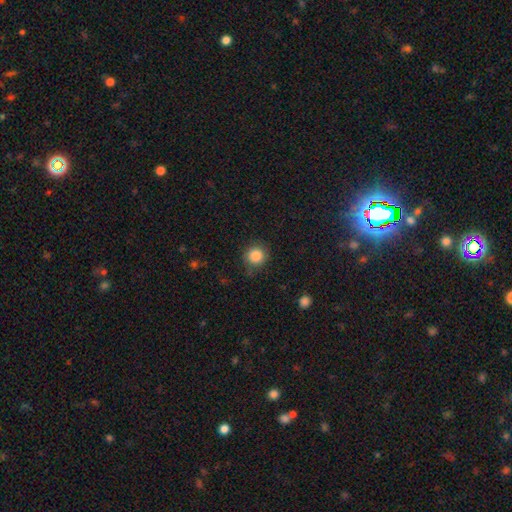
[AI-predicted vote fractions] A smooth galaxy with no disk features (86%) that is round (92%).

Vote fractions:
- Smooth or featured? smooth: 86% / star or artifact: 10% / featured or disk: 4%
- How rounded? round: 92% / in between: 7% / cigar-shaped: 1%
- Merging? none: 83% / minor disturbance: 12% / major disturbance: 4% / merger: 2%